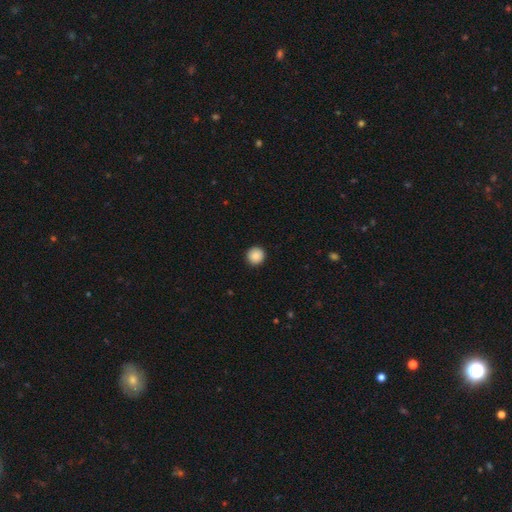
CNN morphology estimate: Overall: smooth (89%). How rounded: round (95%). Merging: none (93%).